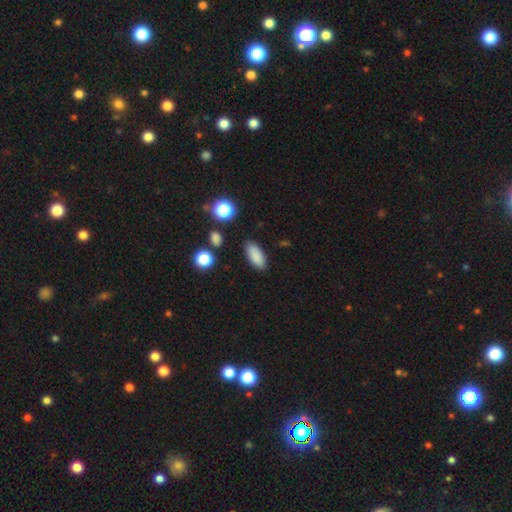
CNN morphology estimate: This appears to be a smooth galaxy with no disk features (86%) that is in between round and cigar-shaped (84%). Merging: none (87%).